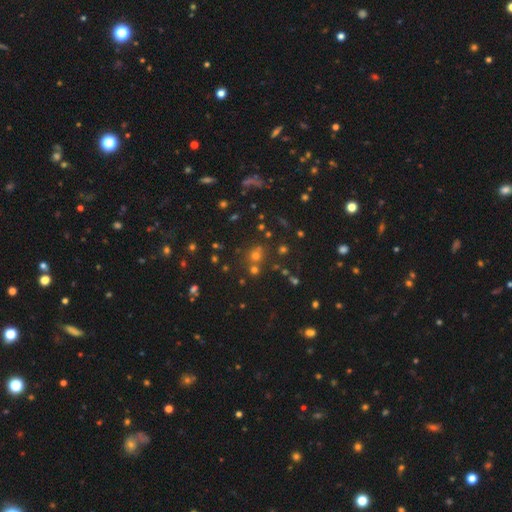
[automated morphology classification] type=smooth (49%); merging=none (68%).